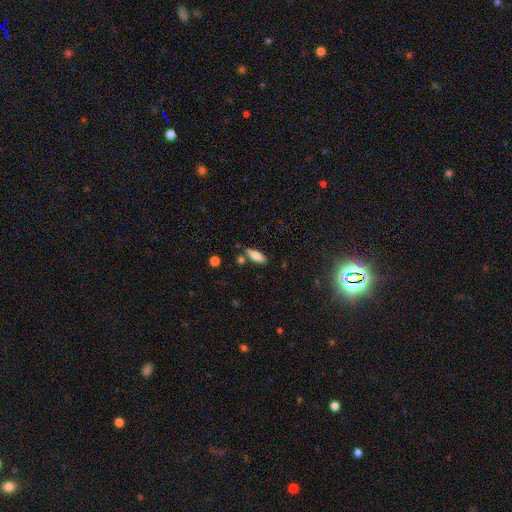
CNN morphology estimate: smooth 78%, featured or disk 15%, star or artifact 7%. Down the decision tree: how rounded — in between (60%); merging — none (78%).